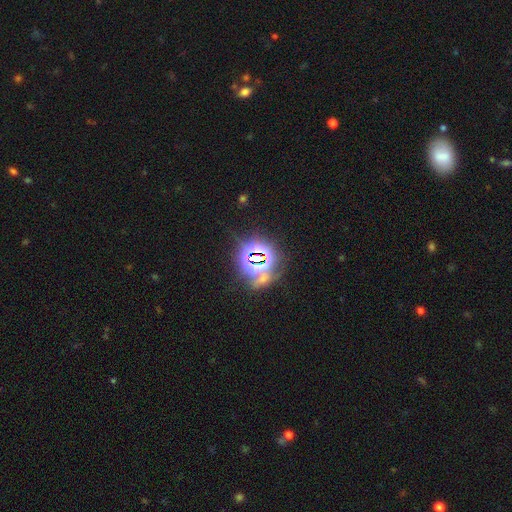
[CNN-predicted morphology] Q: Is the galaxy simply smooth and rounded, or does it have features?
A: star or artifact — 76%.